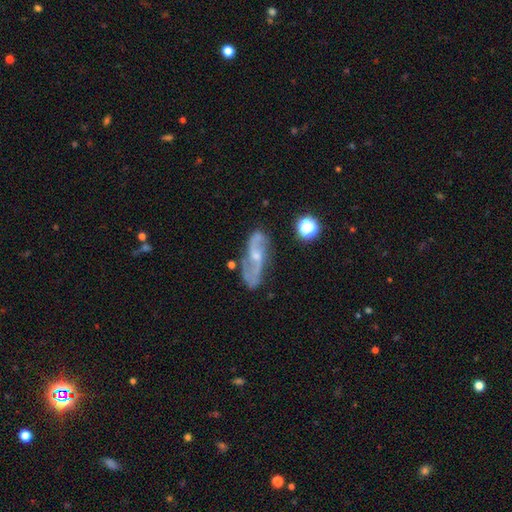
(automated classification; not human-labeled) Smooth or featured? Predicted: featured or disk (p=0.79). Edge-on disk? Predicted: no (p=0.89). Bar? Predicted: no (p=0.44). Spiral arms? Predicted: yes (p=0.92). Spiral winding? Predicted: loose (p=0.52). Spiral arm count? Predicted: 2 (p=0.88). Bulge size? Predicted: small (p=0.57). Merging? Predicted: none (p=0.72).